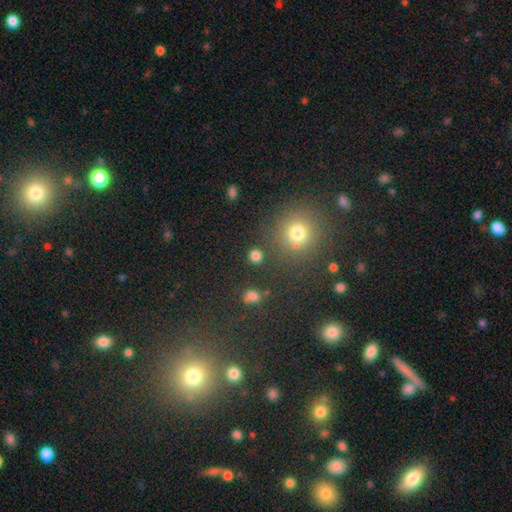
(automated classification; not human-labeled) smooth-or-featured: smooth: 79% | star or artifact: 16% | featured or disk: 5%
  how-rounded: round: 89% | in between: 10% | cigar-shaped: 1%
  merging: none: 86% | minor disturbance: 7% | merger: 5% | major disturbance: 3%